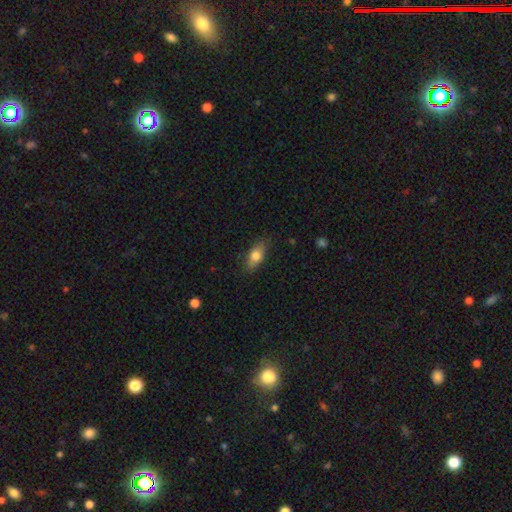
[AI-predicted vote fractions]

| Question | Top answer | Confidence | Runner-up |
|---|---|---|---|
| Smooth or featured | smooth | 74% | featured or disk (18%) |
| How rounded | in between | 80% | cigar-shaped (14%) |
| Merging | none | 81% | minor disturbance (15%) |